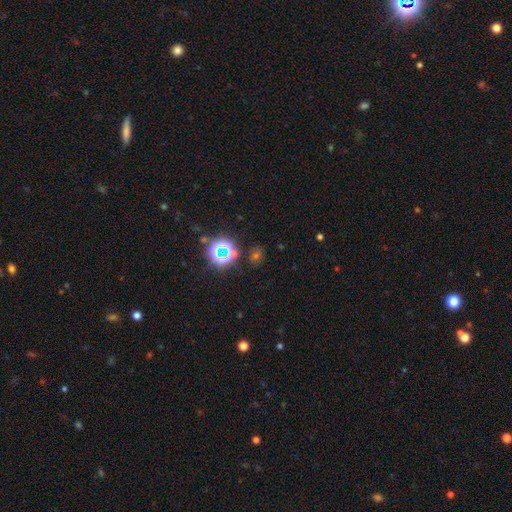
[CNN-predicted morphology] type=star or artifact (58%).